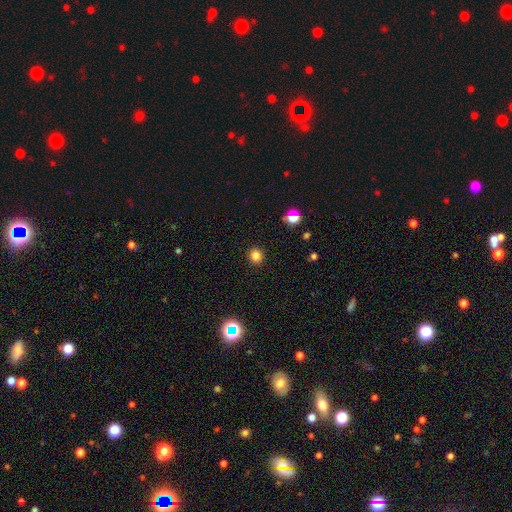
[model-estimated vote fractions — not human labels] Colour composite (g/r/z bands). It shows a smooth galaxy with no disk features (81%) that is round (88%). Merging: none (92%).